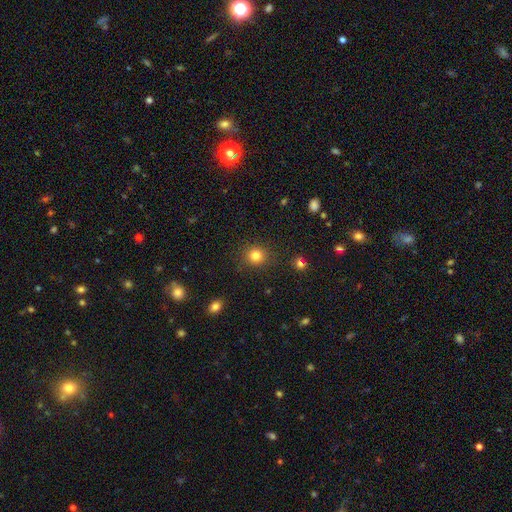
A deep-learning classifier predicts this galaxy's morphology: type=smooth (82%); roundness=round (89%); merging=none (89%).